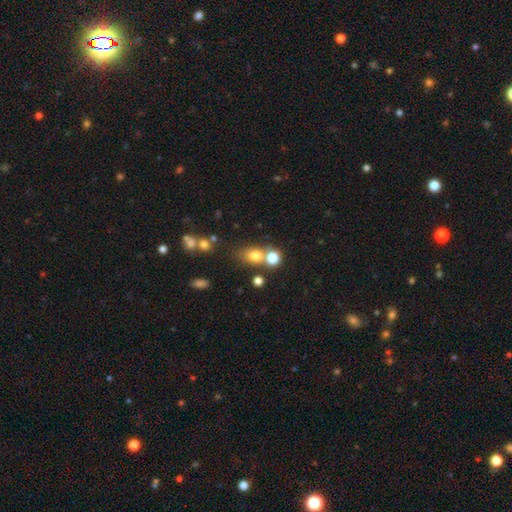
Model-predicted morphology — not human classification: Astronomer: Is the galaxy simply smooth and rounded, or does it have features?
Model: smooth — 73%.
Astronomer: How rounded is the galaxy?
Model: in between — 54% (runner-up: round, 44%).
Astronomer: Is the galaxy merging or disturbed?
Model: none — 51% (runner-up: merger, 31%).